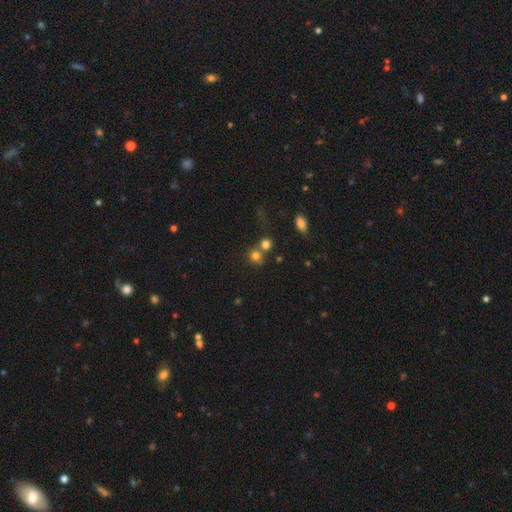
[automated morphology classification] The model was most divided on "merging": none: 53%, merger: 34%, minor disturbance: 9%, major disturbance: 5%. More confident: how rounded — round (84%); smooth or featured — smooth (76%).